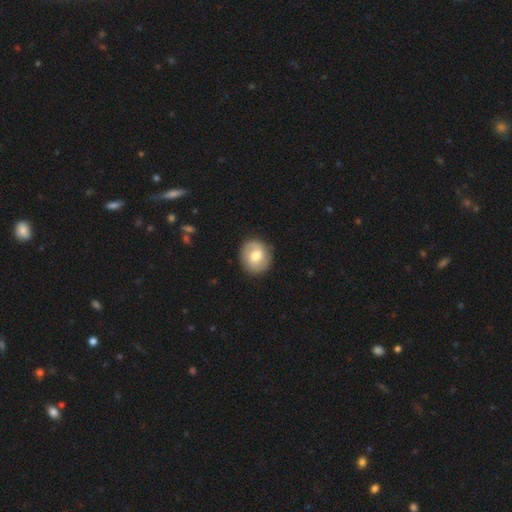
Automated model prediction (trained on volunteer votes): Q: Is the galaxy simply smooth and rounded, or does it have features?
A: smooth — 49%.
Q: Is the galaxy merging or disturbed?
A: none — 87%.